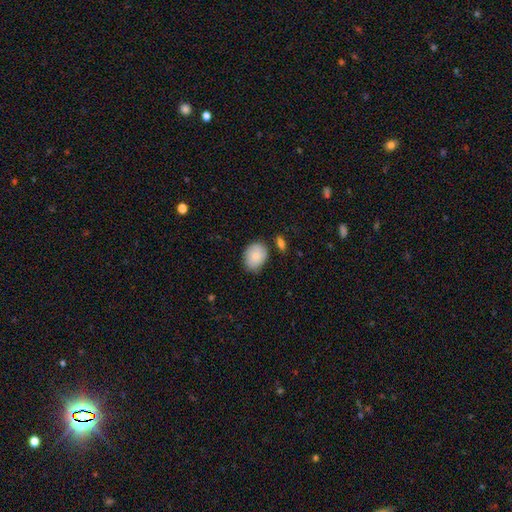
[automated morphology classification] type=smooth (85%); roundness=in between (68%); merging=none (69%).